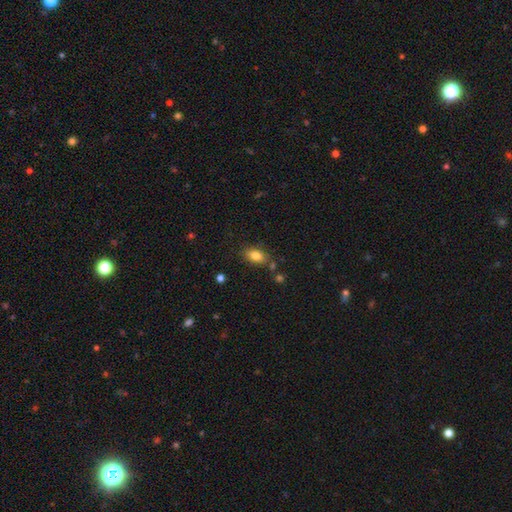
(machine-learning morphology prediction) This is clearly a smooth galaxy (82%). How rounded: clearly in between (87%). Merging: likely none (78%).